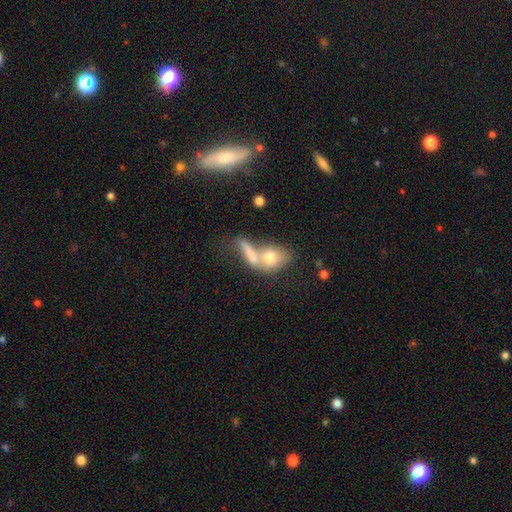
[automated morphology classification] Smooth or featured: smooth — 62% (featured or disk — 27%)
How rounded: in between — 56% (round — 27%)
Merging: merger — 53% (none — 27%)